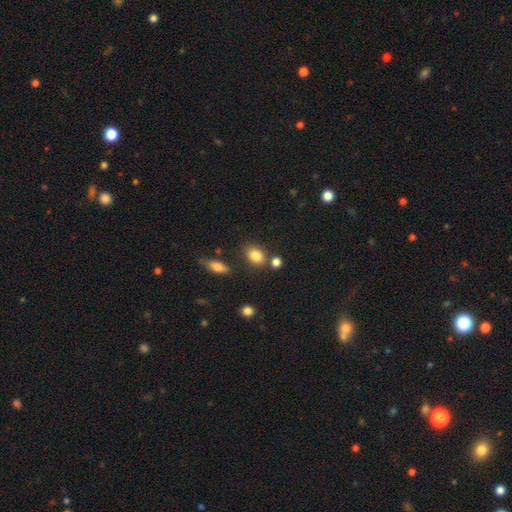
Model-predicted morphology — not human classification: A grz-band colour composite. It shows a smooth galaxy with no disk features (84%) that is in between round and cigar-shaped (65%). Merging: none (72%).